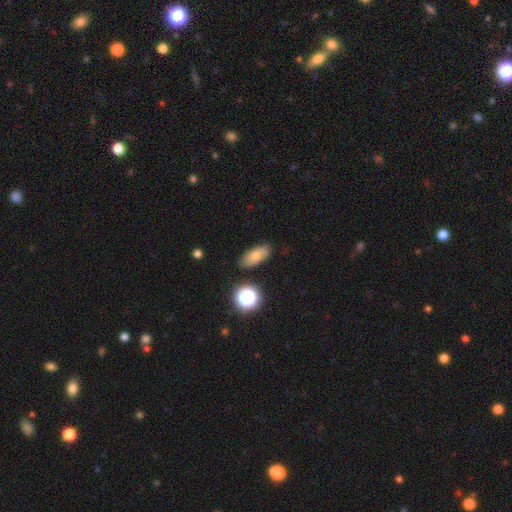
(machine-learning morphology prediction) smooth-or-featured: smooth: 64% | featured or disk: 19% | star or artifact: 18%
  how-rounded: in between: 79% | round: 11% | cigar-shaped: 10%
  merging: none: 84% | minor disturbance: 11% | major disturbance: 3% | merger: 2%